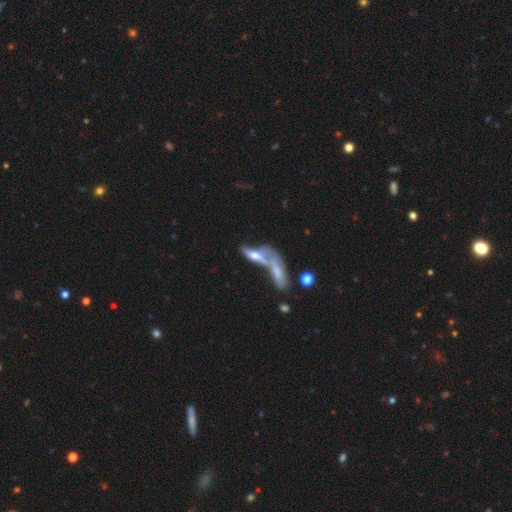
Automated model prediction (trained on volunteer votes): smooth-or-featured: featured or disk: 46% | smooth: 45% | star or artifact: 10%
  merging: merger: 60% | none: 21% | major disturbance: 9% | minor disturbance: 9%